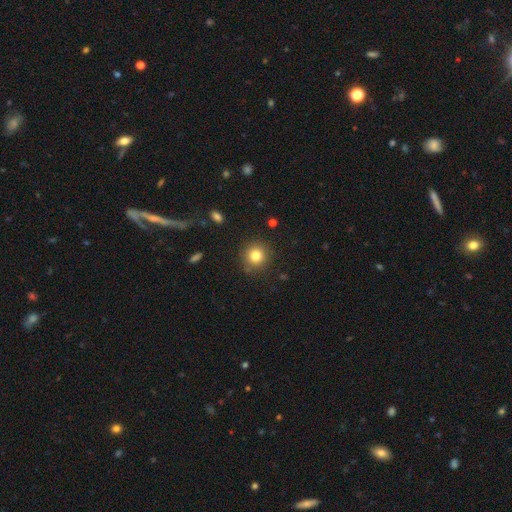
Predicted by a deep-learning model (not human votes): smooth_or_featured: smooth (p=0.81) [alt: star or artifact p=0.12]
how_rounded: round (p=0.93) [alt: in between p=0.06]
merging: none (p=0.88) [alt: minor disturbance p=0.08]